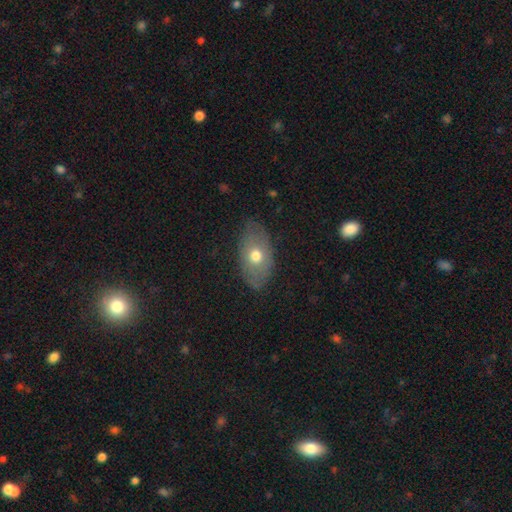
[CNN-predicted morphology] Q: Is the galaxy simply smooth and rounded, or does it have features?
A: smooth — 60%.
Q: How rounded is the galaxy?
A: in between — 89%.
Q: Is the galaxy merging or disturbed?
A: none — 75%.